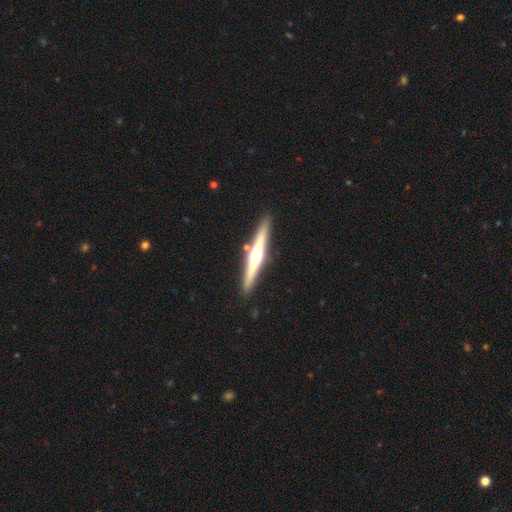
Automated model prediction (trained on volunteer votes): Smooth or featured? Predicted: featured or disk (p=0.71). Edge-on disk? Predicted: yes (p=0.98). Edge-on bulge? Predicted: rounded (p=0.89). Merging? Predicted: none (p=0.88).